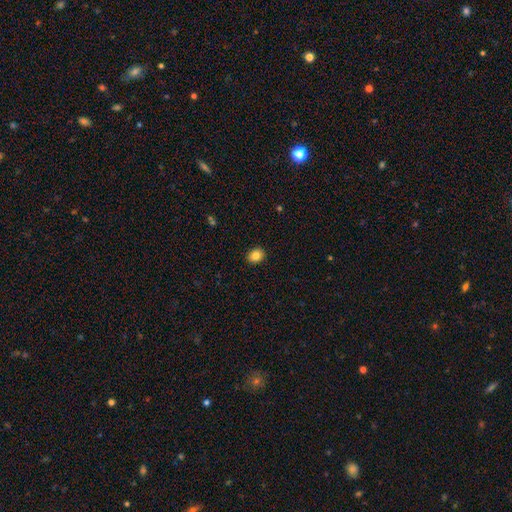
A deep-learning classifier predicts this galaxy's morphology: A smooth galaxy with no disk features (84%) that is round (51%).

Vote fractions:
- Smooth or featured? smooth: 84% / star or artifact: 9% / featured or disk: 7%
- How rounded? round: 51% / in between: 48% / cigar-shaped: 1%
- Merging? none: 90% / minor disturbance: 8% / major disturbance: 2% / merger: 1%